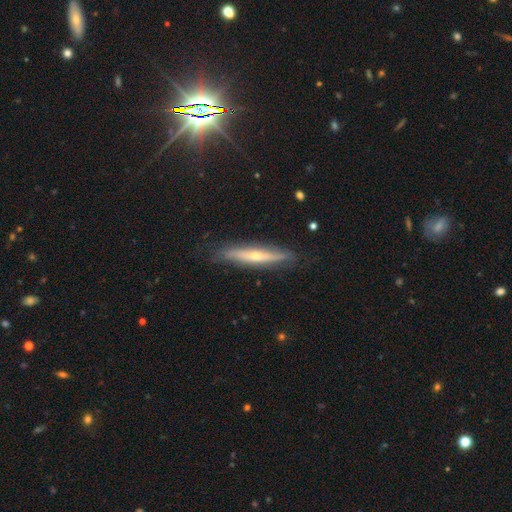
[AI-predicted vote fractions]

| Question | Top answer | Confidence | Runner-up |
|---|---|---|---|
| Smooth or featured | featured or disk | 63% | smooth (30%) |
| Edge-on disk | yes | 83% | no (17%) |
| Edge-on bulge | rounded | 75% | none (21%) |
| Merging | none | 79% | minor disturbance (16%) |